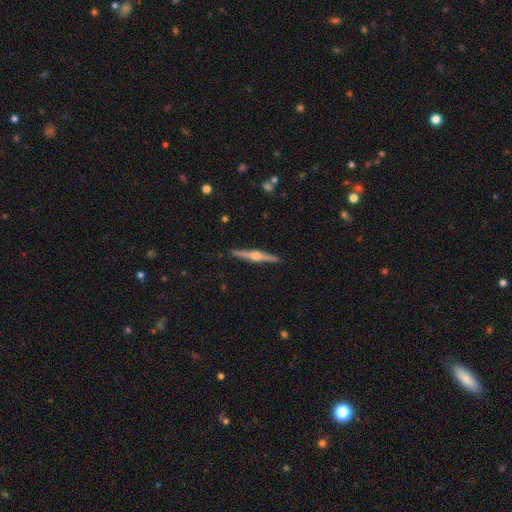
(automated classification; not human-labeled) The model was most divided on "smooth or featured": featured or disk: 78%, smooth: 16%, star or artifact: 6%. More confident: edge-on disk — yes (98%); edge-on bulge — rounded (92%); merging — none (91%).